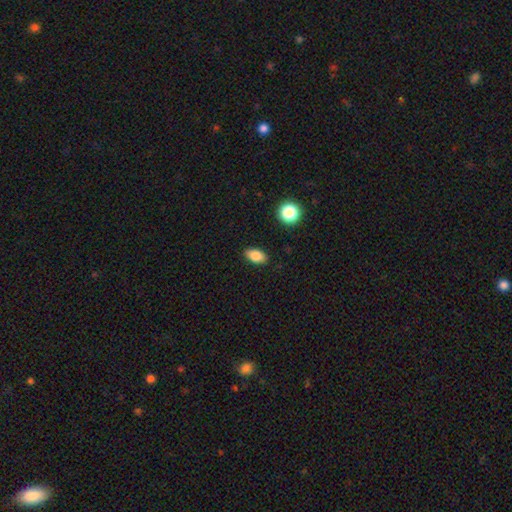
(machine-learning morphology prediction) smooth-or-featured: smooth: 84% | star or artifact: 9% | featured or disk: 7%
  how-rounded: in between: 89% | round: 8% | cigar-shaped: 3%
  merging: none: 87% | minor disturbance: 9% | major disturbance: 2% | merger: 1%